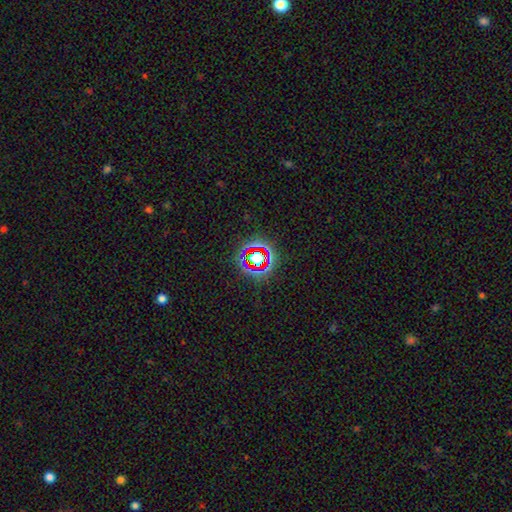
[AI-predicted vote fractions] smooth-or-featured: star or artifact: 69% | smooth: 21% | featured or disk: 11%